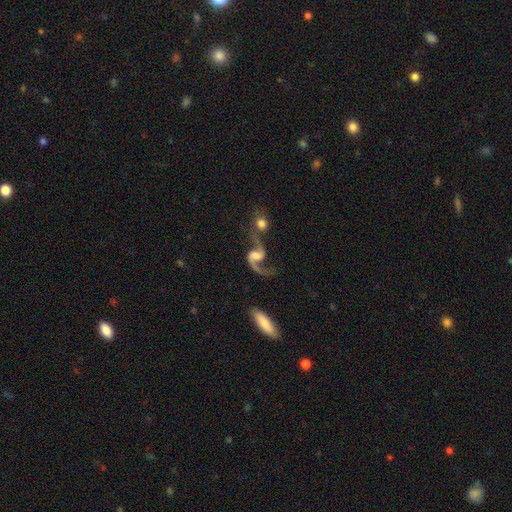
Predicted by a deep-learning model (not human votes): The model was most divided on "bar": weak: 46%, no: 37%, strong: 17%. Remaining: edge-on disk — no (97%); spiral arms — yes (96%); spiral arm count — 2 (90%); smooth or featured — featured or disk (88%); spiral winding — loose (76%); merging — none (46%); bulge size — moderate (36%).